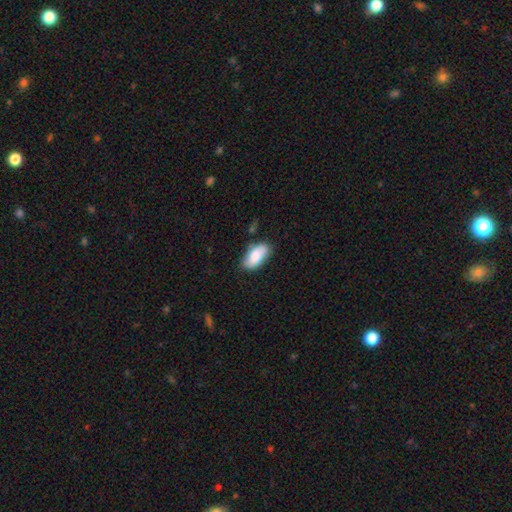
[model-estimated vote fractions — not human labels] The model was most divided on "merging": none: 73%, minor disturbance: 20%, major disturbance: 4%, merger: 3%. More confident: how rounded — in between (93%); smooth or featured — smooth (82%).